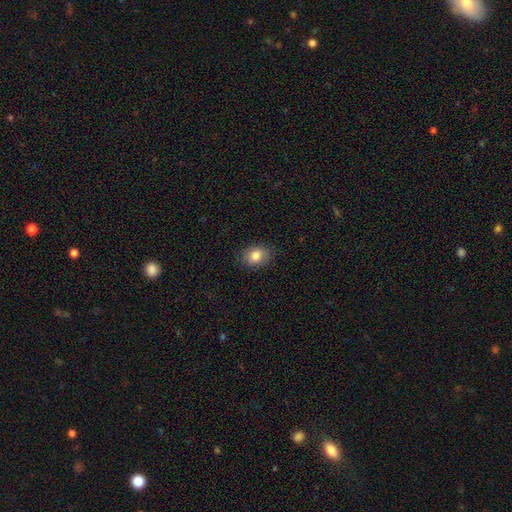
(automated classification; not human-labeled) This appears to be a smooth galaxy with no disk features (84%) that is in between round and cigar-shaped (62%). Merging: none (85%).